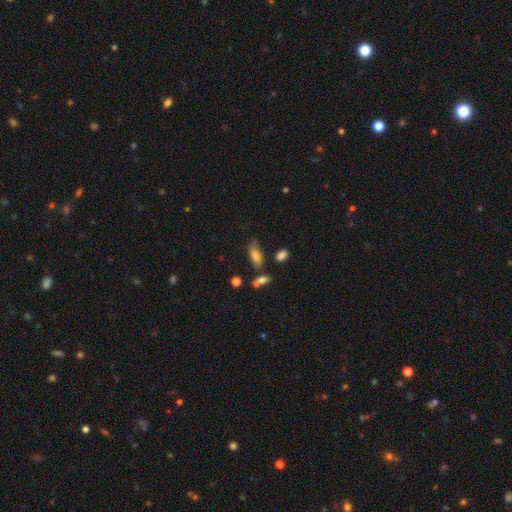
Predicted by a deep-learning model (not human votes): This appears to be a smooth galaxy with no disk features (76%) that is in between round and cigar-shaped (86%). Merging: none (53%).